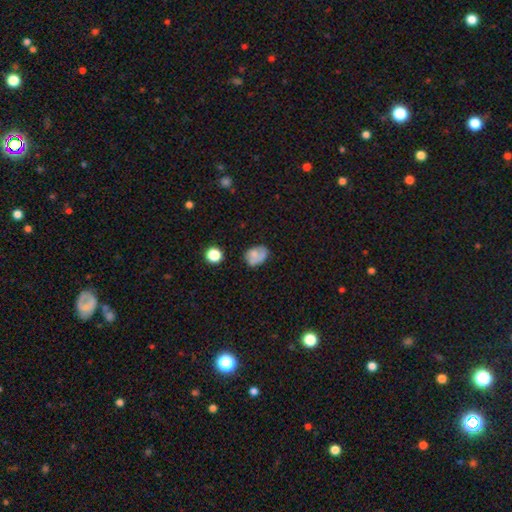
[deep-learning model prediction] smooth 59%, featured or disk 30%, star or artifact 11%. Down the decision tree: how rounded — in between (64%); merging — none (51%).